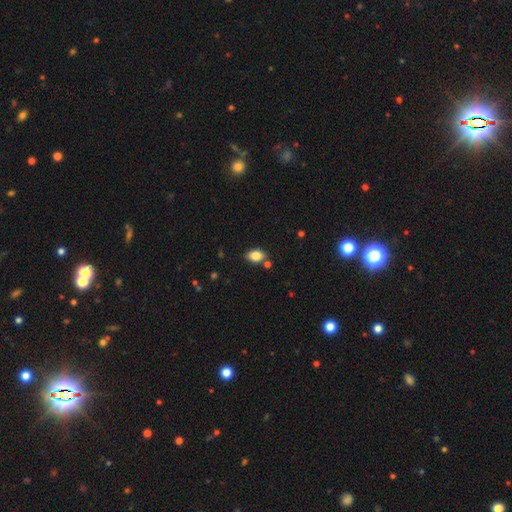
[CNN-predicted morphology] Smooth or featured: smooth — 82% (star or artifact — 9%)
How rounded: in between — 86% (round — 12%)
Merging: none — 77% (minor disturbance — 12%)